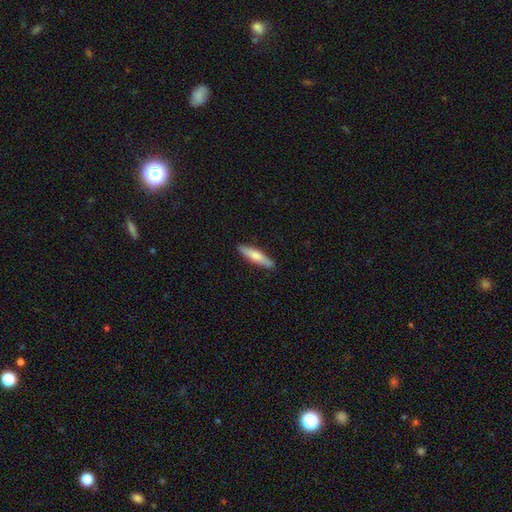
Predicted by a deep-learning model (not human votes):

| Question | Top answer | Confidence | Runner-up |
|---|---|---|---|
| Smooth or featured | smooth | 69% | featured or disk (26%) |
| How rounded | cigar-shaped | 78% | in between (20%) |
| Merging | none | 88% | minor disturbance (9%) |